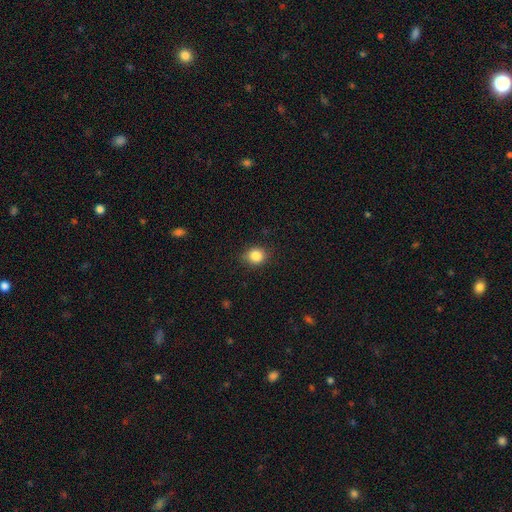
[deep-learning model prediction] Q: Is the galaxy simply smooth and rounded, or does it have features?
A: smooth — 85%.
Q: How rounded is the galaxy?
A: round — 78%.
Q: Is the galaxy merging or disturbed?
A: none — 85%.